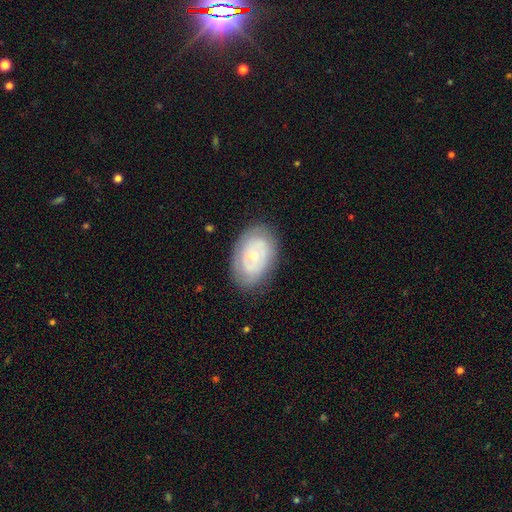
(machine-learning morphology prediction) This appears to be a featured or disk galaxy (57%) with no bar (67%), spiral arms (57%) and a small central bulge (62%). Merging: none (77%).